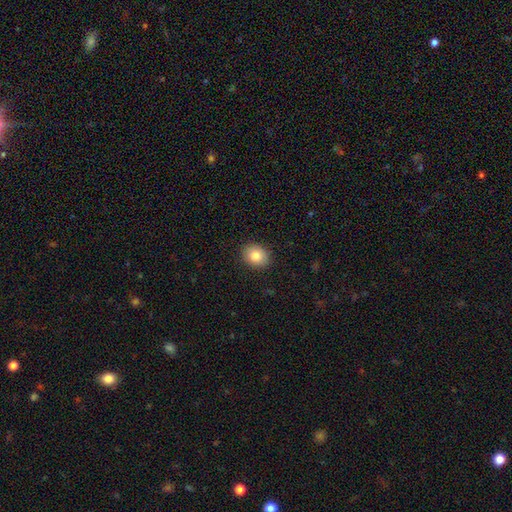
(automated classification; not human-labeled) smooth 85%, star or artifact 8%, featured or disk 7%. Down the decision tree: how rounded — round (50%); merging — none (90%).